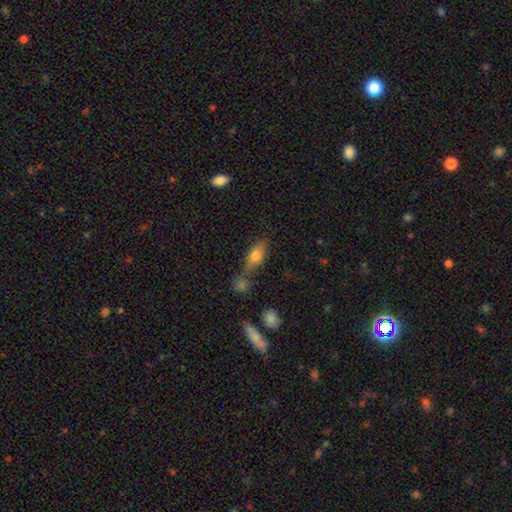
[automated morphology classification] smooth-or-featured: smooth: 69% | featured or disk: 21% | star or artifact: 9%
  how-rounded: in between: 73% | cigar-shaped: 20% | round: 7%
  merging: none: 58% | merger: 19% | minor disturbance: 17% | major disturbance: 7%